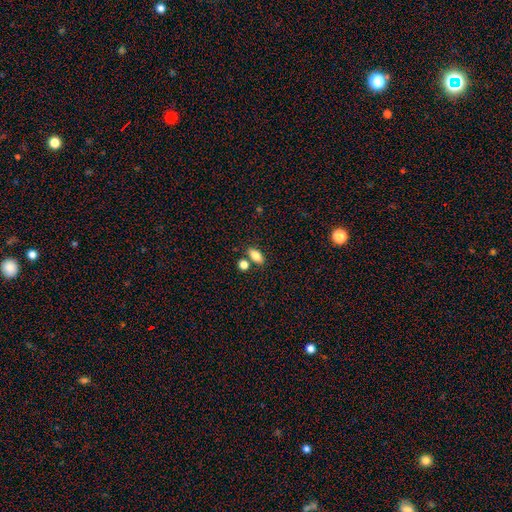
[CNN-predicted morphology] smooth-or-featured: smooth: 81% | featured or disk: 11% | star or artifact: 9%
  how-rounded: in between: 86% | cigar-shaped: 8% | round: 7%
  merging: none: 73% | merger: 13% | minor disturbance: 11% | major disturbance: 3%